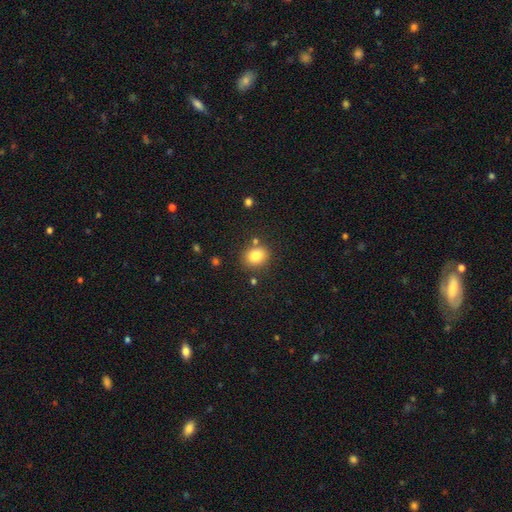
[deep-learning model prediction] Smooth or featured? smooth (83%)
How rounded? round (56%)
Merging? none (79%)